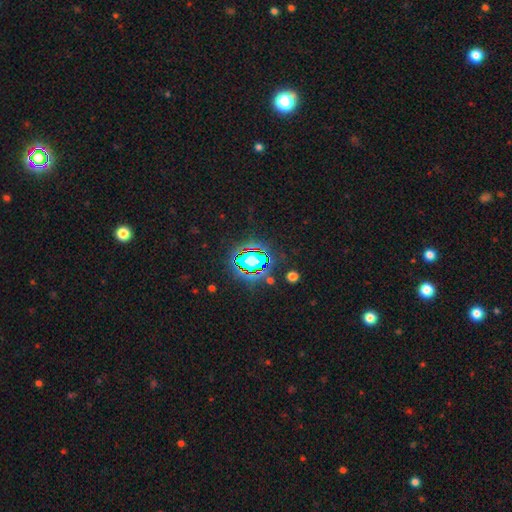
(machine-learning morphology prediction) Smooth or featured? star or artifact (68%)